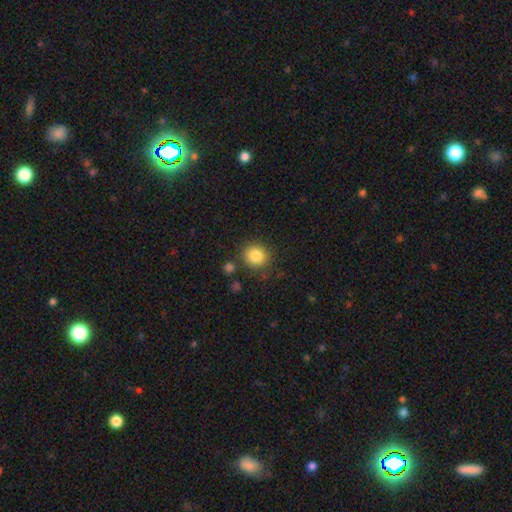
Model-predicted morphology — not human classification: Overall: smooth (84%). How rounded: round (86%). Merging: none (83%).